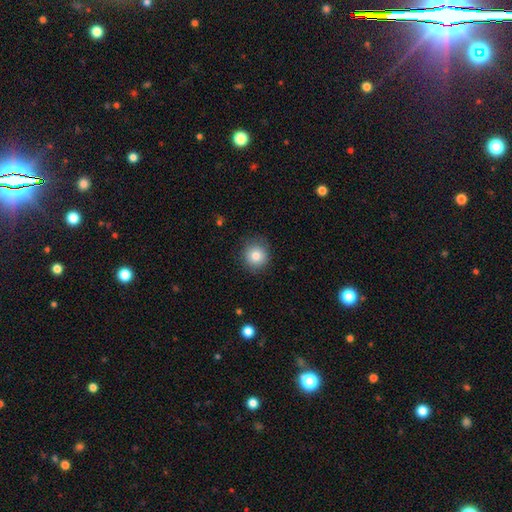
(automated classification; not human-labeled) Smooth or featured?
  - smooth: 82% *
  - star or artifact: 10%
  - featured or disk: 8%
How rounded?
  - round: 91% *
  - in between: 8%
  - cigar-shaped: 1%
Merging?
  - none: 86% *
  - minor disturbance: 10%
  - major disturbance: 3%
  - merger: 1%